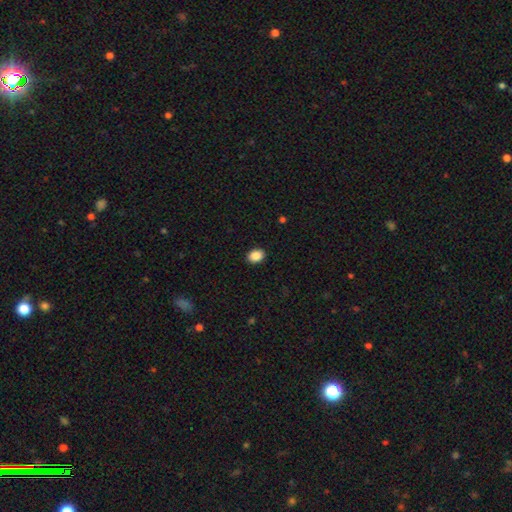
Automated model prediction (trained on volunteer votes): A smooth galaxy with no disk features (89%) that is in between round and cigar-shaped (71%). Merging: none (91%).